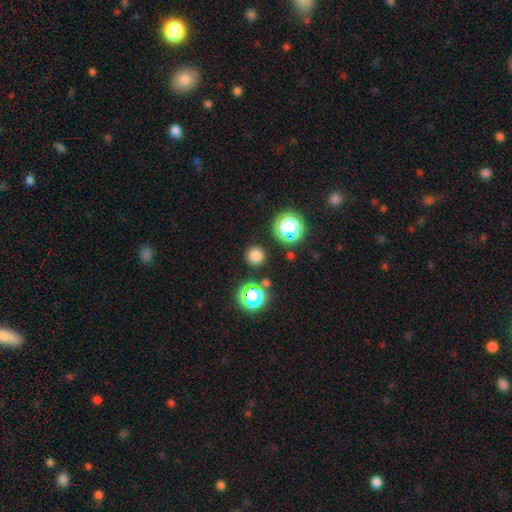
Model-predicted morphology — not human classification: smooth_or_featured: smooth (p=0.74) [alt: star or artifact p=0.21]
how_rounded: round (p=0.95) [alt: in between p=0.04]
merging: none (p=0.88) [alt: minor disturbance p=0.06]